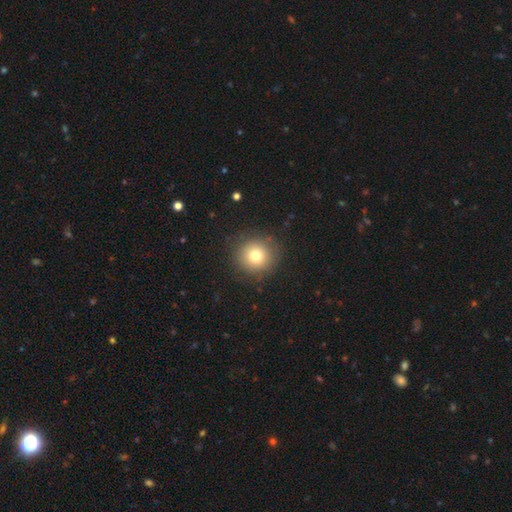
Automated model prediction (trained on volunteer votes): Overall: smooth (77%). How rounded: round (93%). Merging: none (88%).